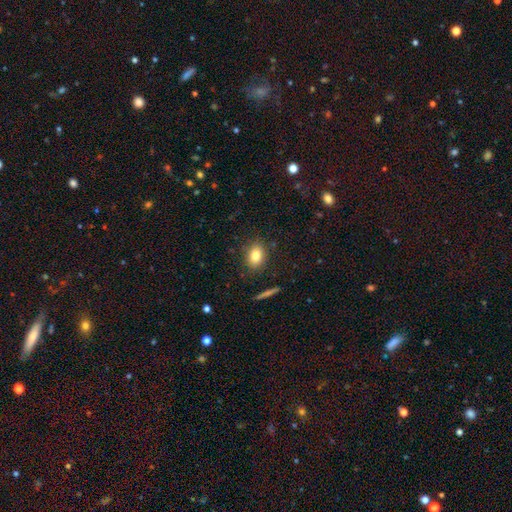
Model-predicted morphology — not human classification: This is clearly a smooth galaxy (80%). How rounded: likely in between (66%). Merging: clearly none (86%).